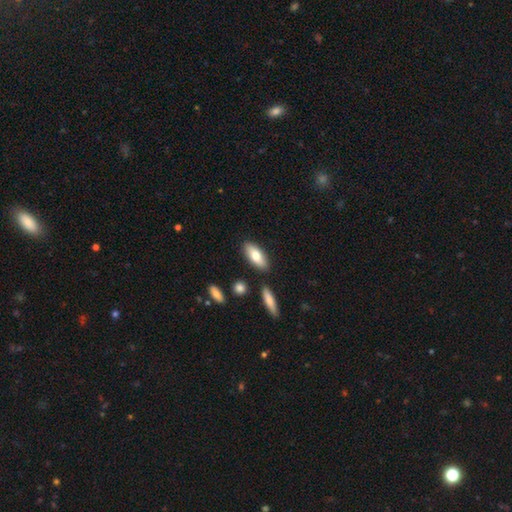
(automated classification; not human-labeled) The model was most divided on "how rounded": in between: 79%, cigar-shaped: 19%, round: 2%. More confident: merging — none (82%); smooth or featured — smooth (77%).